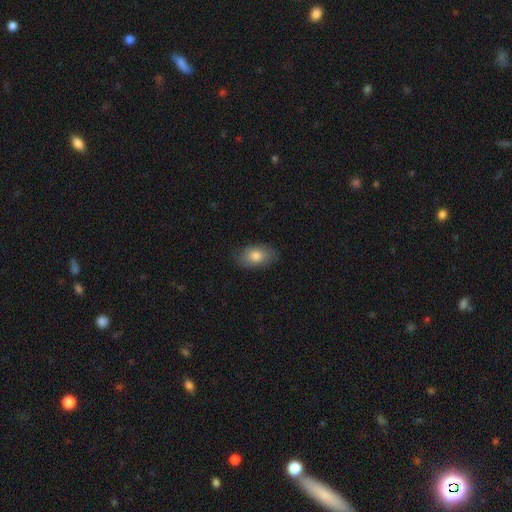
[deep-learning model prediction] smooth-or-featured: smooth: 77% | featured or disk: 15% | star or artifact: 7%
  how-rounded: in between: 87% | round: 12% | cigar-shaped: 1%
  merging: none: 77% | minor disturbance: 18% | major disturbance: 4% | merger: 1%